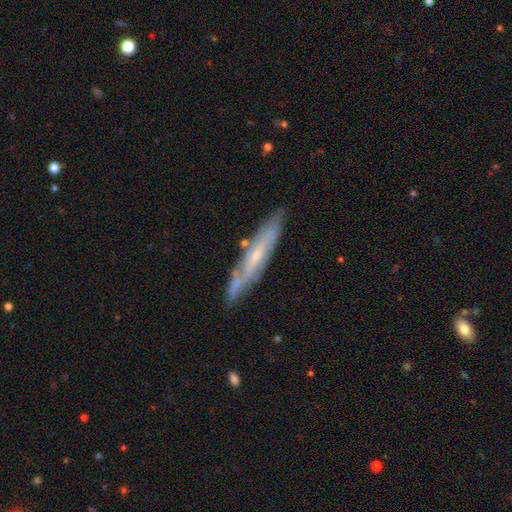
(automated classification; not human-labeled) A featured or disk galaxy (68%) viewed edge-on (62%). Merging: none (77%).